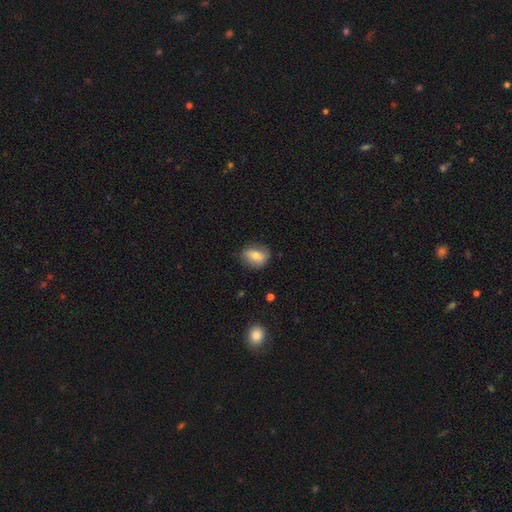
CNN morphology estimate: This is likely a smooth galaxy (71%). How rounded: possibly in between (60%). Merging: likely none (74%).